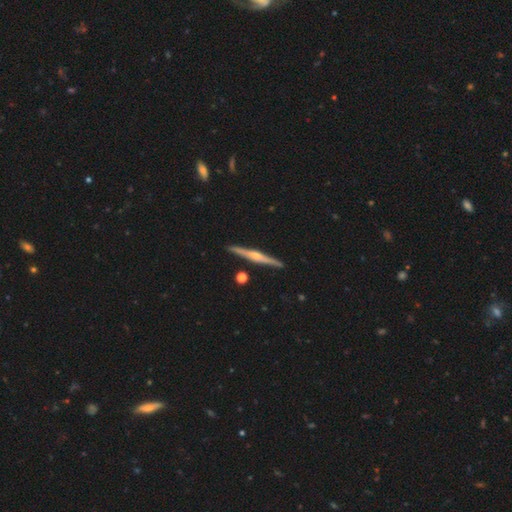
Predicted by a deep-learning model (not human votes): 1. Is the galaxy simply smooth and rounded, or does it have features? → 77% featured or disk, 18% smooth, 5% star or artifact.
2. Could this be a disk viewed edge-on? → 98% yes, 2% no.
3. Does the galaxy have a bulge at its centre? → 76% rounded, 13% none, 11% boxy.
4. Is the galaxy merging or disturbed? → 91% none, 6% minor disturbance, 2% merger, 1% major disturbance.